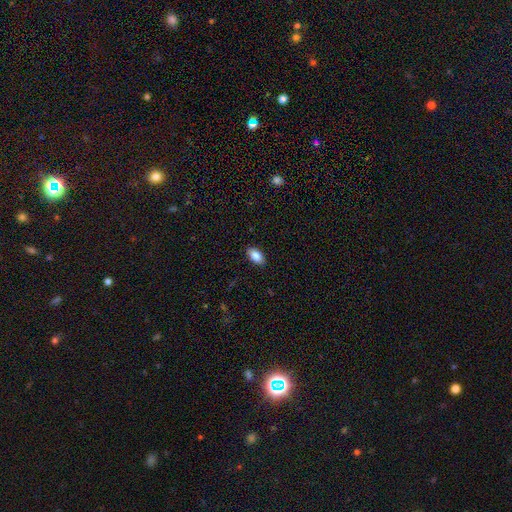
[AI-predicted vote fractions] smooth 87%, star or artifact 7%, featured or disk 6%. Down the decision tree: how rounded — in between (93%); merging — none (89%).